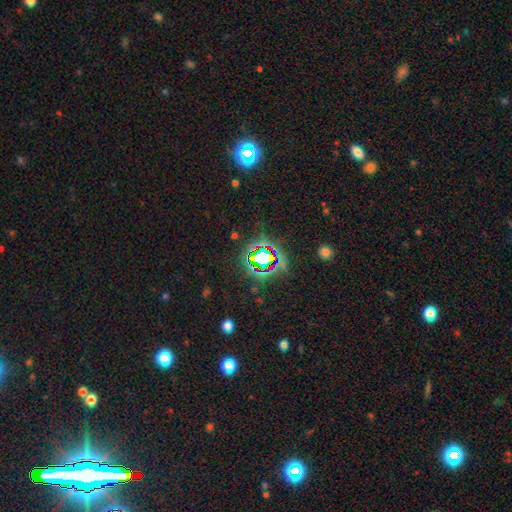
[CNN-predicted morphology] type=star or artifact (78%).